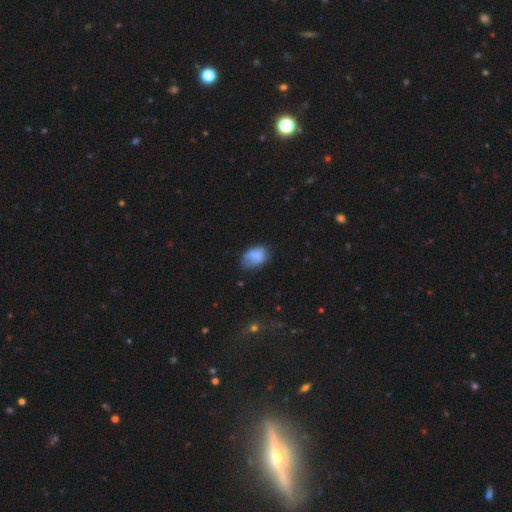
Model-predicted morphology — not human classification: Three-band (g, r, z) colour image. It shows a smooth galaxy with no disk features (74%) that is in between round and cigar-shaped (84%). Merging: none (53%).